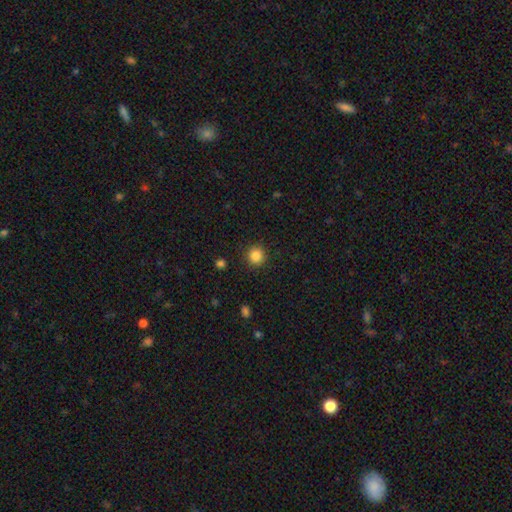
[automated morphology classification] smooth 86%, star or artifact 11%, featured or disk 3%. Down the decision tree: how rounded — round (93%); merging — none (90%).